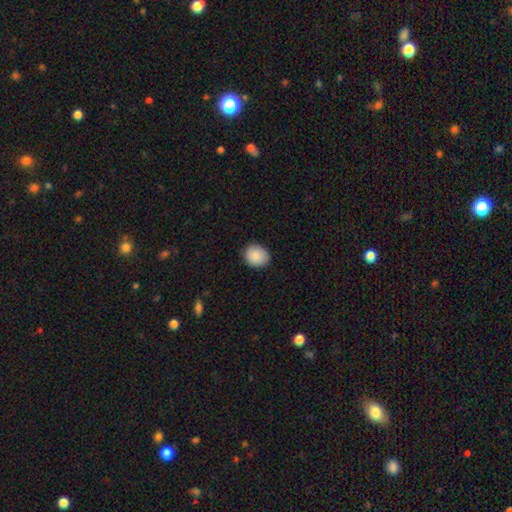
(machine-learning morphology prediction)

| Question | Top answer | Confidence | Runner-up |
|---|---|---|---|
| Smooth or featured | smooth | 88% | star or artifact (7%) |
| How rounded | round | 68% | in between (32%) |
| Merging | none | 87% | minor disturbance (10%) |